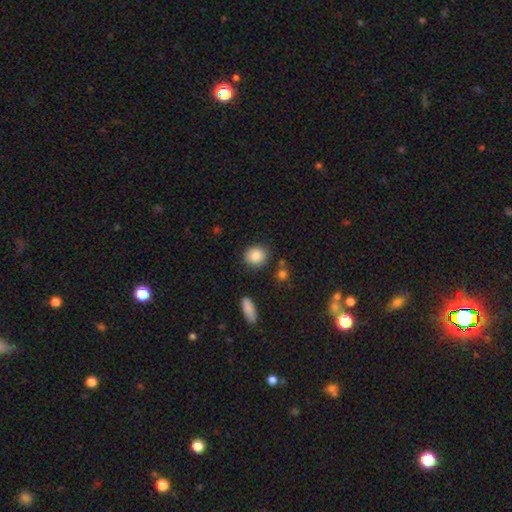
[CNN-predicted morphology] This appears to be a smooth galaxy with no disk features (85%) that is round (82%). Merging: none (86%).